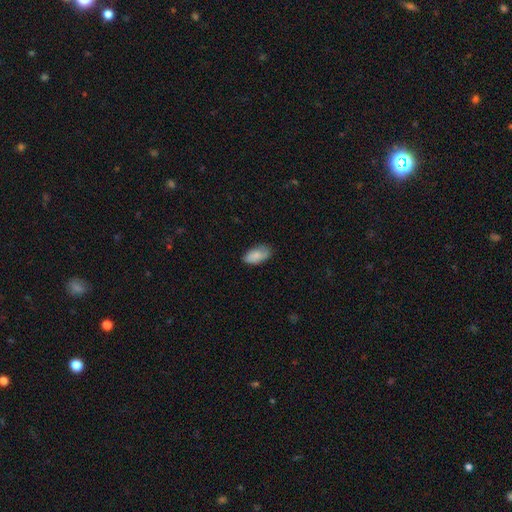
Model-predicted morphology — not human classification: A smooth galaxy with no disk features (83%) that is in between round and cigar-shaped (93%). Merging: none (71%).